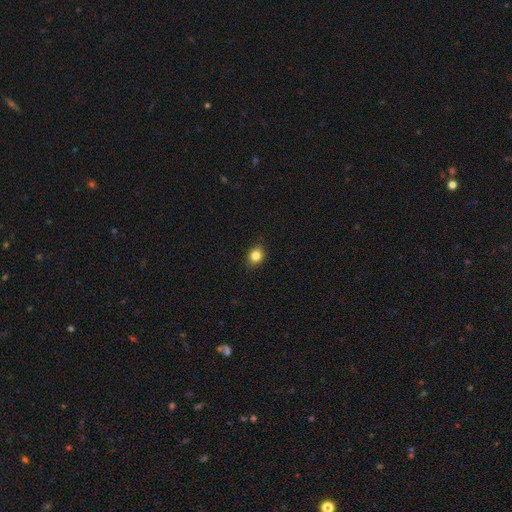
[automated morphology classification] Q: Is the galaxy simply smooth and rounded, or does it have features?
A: smooth — 84%.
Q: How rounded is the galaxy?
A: round — 61%.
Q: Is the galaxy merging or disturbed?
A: none — 88%.